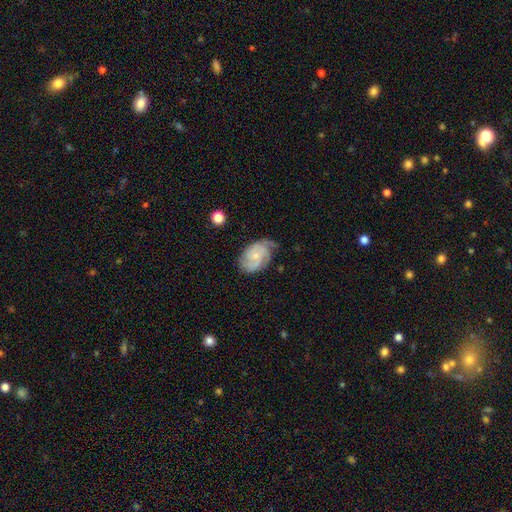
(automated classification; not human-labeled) Smooth or featured? featured or disk (76%)
Edge-on disk? no (97%)
Bar? no (69%)
Spiral arms? yes (94%)
Spiral winding? tight (47%)
Spiral arm count? 3 (30%)
Bulge size? small (72%)
Merging? none (56%)